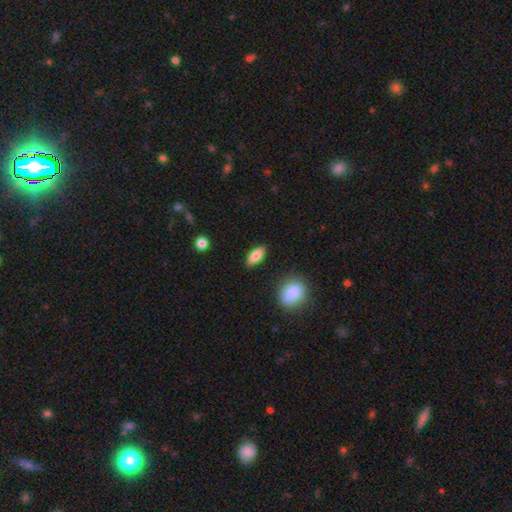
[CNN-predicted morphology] The model was most divided on "how rounded": in between: 82%, cigar-shaped: 15%, round: 3%. More confident: merging — none (88%); smooth or featured — smooth (81%).